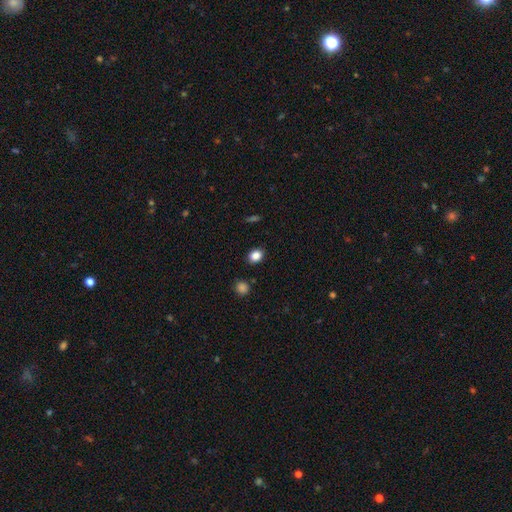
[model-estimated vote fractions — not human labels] Morphology: type=smooth (85%); roundness=in between (53%); merging=none (87%).